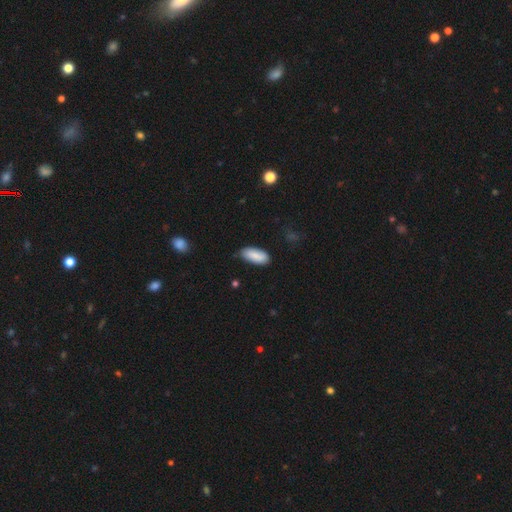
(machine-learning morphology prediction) This appears to be a smooth galaxy with no disk features (87%) that is in between round and cigar-shaped (86%). Merging: none (77%).